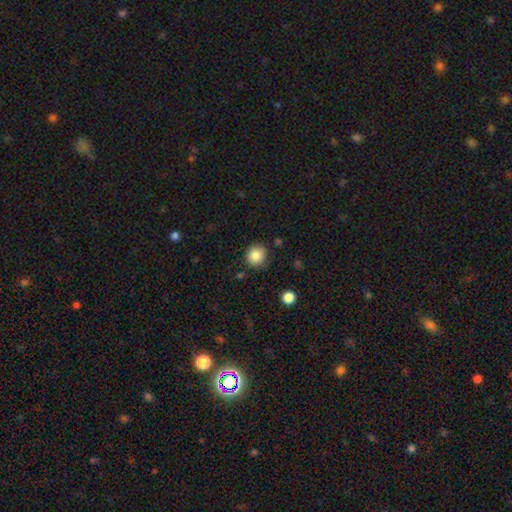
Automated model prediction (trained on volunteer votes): A smooth galaxy with no disk features (85%) that is round (87%).

Vote fractions:
- Smooth or featured? smooth: 85% / star or artifact: 10% / featured or disk: 5%
- How rounded? round: 87% / in between: 12% / cigar-shaped: 1%
- Merging? none: 80% / minor disturbance: 14% / major disturbance: 3% / merger: 2%